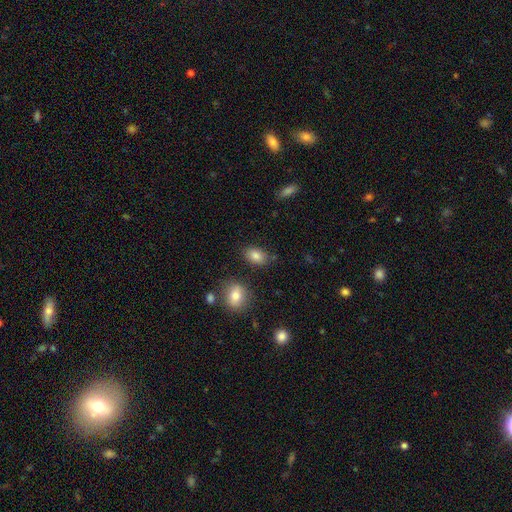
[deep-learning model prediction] The model was most divided on "merging": none: 80%, minor disturbance: 12%, merger: 5%, major disturbance: 3%. More confident: smooth or featured — smooth (84%); how rounded — in between (84%).